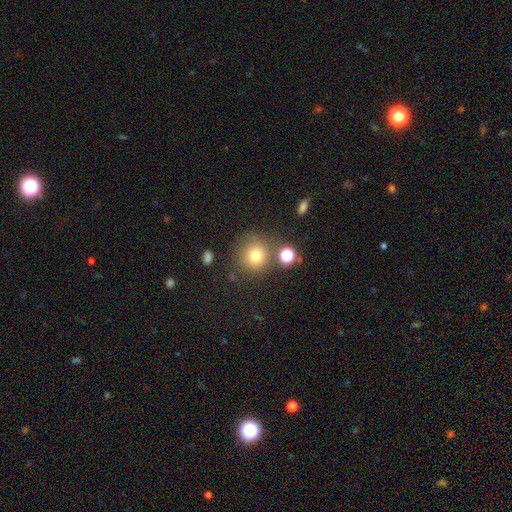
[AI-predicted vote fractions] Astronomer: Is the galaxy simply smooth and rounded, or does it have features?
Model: smooth — 75%.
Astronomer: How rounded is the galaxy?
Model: round — 92%.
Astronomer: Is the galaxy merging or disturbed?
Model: none — 77%.